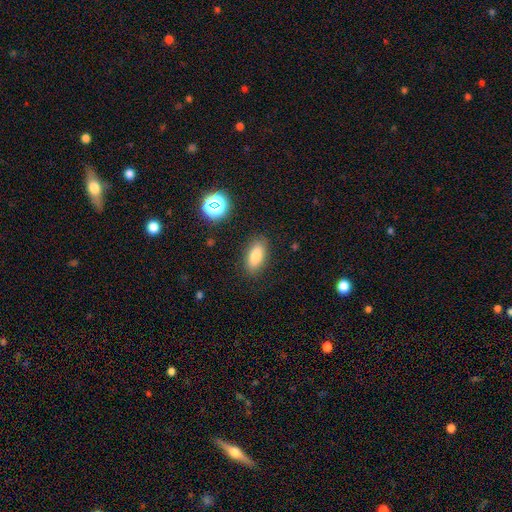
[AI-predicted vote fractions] Morphology: type=smooth (80%); roundness=in between (82%); merging=none (86%).